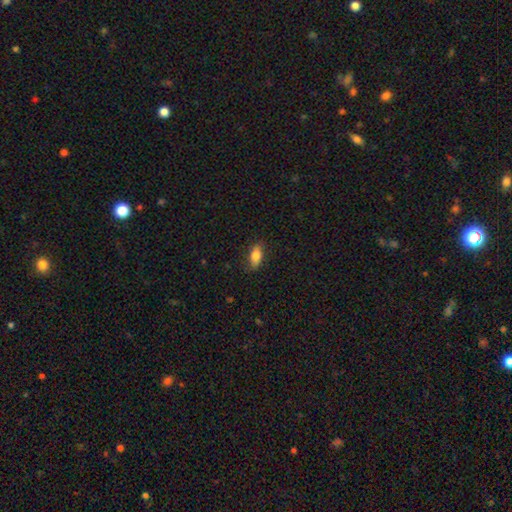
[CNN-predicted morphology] Overall: smooth (80%). How rounded: in between (82%). Merging: none (82%).